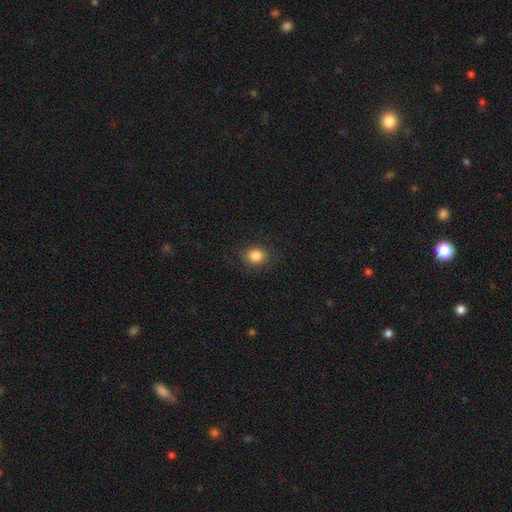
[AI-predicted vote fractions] Smooth or featured? smooth (86%)
How rounded? round (73%)
Merging? none (86%)